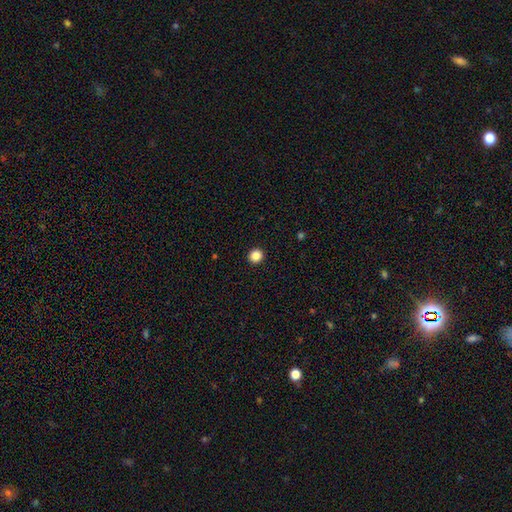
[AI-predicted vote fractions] Overall: smooth (86%). How rounded: round (92%). Merging: none (94%).